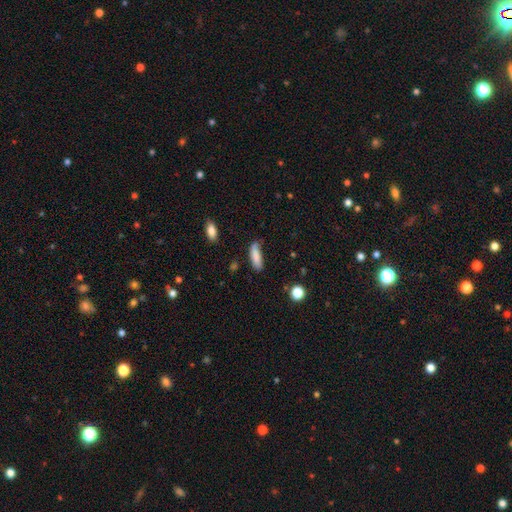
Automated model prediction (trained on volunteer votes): A smooth galaxy with no disk features (83%) that is cigar-shaped (51%).

Vote fractions:
- Smooth or featured? smooth: 83% / featured or disk: 10% / star or artifact: 7%
- How rounded? cigar-shaped: 51% / in between: 47% / round: 2%
- Merging? none: 60% / minor disturbance: 29% / major disturbance: 8% / merger: 3%